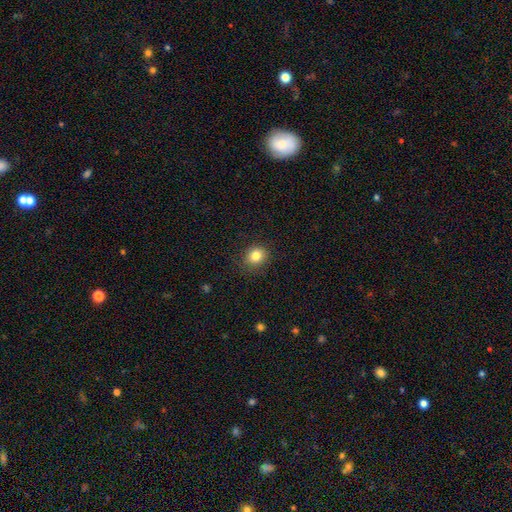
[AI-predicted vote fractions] smooth 83%, star or artifact 11%, featured or disk 7%. Down the decision tree: how rounded — round (73%); merging — none (87%).